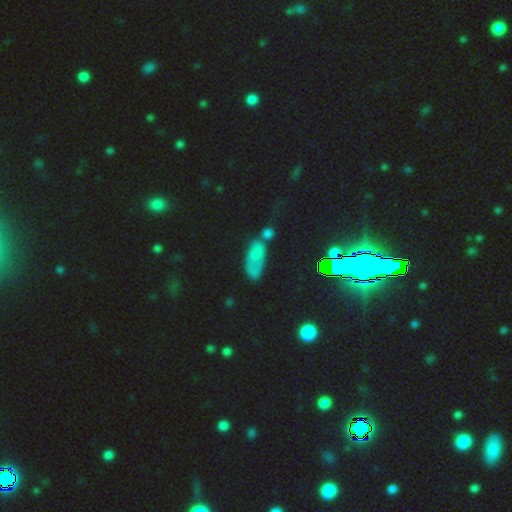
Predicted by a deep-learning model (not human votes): Smooth or featured: smooth — 46% (star or artifact — 36%)
Merging: none — 43% (minor disturbance — 23%)